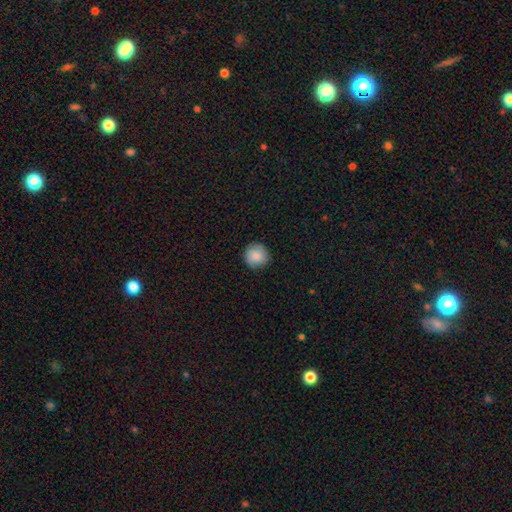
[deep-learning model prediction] This appears to be a smooth galaxy with no disk features (86%) that is round (92%). Merging: none (86%).